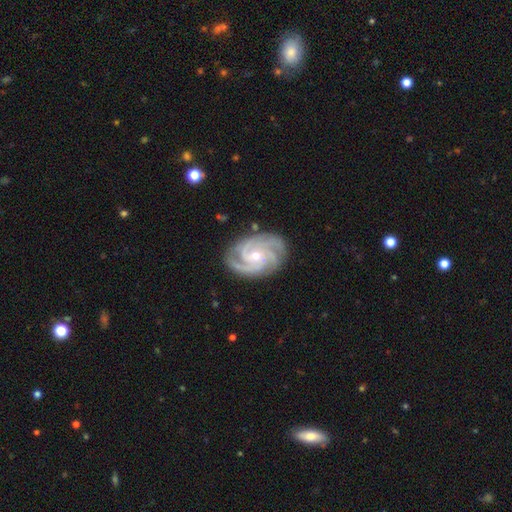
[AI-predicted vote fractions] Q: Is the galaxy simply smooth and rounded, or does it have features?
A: featured or disk — 92%.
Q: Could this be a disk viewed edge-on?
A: no — 98%.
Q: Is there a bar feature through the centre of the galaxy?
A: no — 63%.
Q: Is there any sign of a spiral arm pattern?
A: yes — 99%.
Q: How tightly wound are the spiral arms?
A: tight — 65%.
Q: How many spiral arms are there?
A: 3 — 44%.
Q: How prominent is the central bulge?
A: small — 55%.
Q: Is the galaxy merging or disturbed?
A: none — 82%.